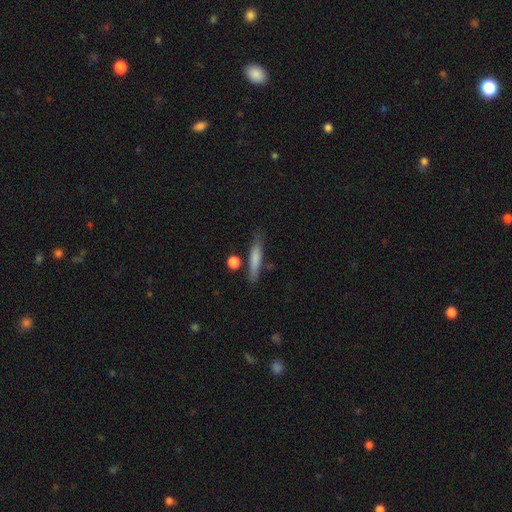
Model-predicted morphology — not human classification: smooth-or-featured: smooth: 57% | featured or disk: 33% | star or artifact: 10%
  how-rounded: cigar-shaped: 91% | in between: 7% | round: 2%
  merging: none: 82% | minor disturbance: 12% | merger: 4% | major disturbance: 3%